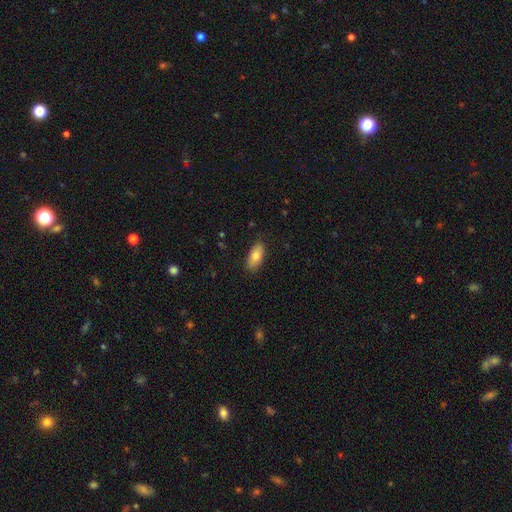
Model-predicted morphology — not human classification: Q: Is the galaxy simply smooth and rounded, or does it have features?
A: smooth — 78%.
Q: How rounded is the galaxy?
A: in between — 86%.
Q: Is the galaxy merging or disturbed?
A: none — 84%.